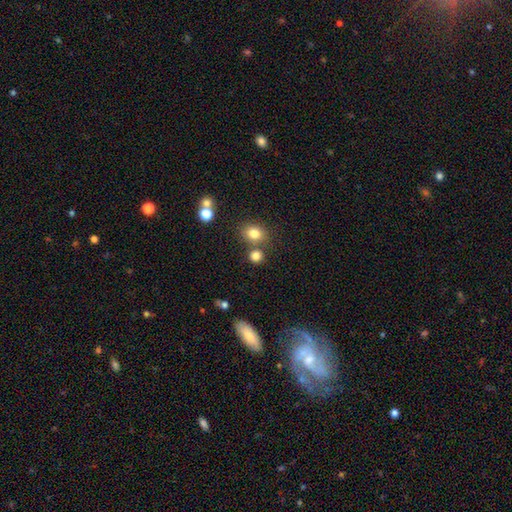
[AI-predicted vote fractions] This is likely a smooth galaxy (79%). How rounded: likely round (78%). Merging: likely none (67%).